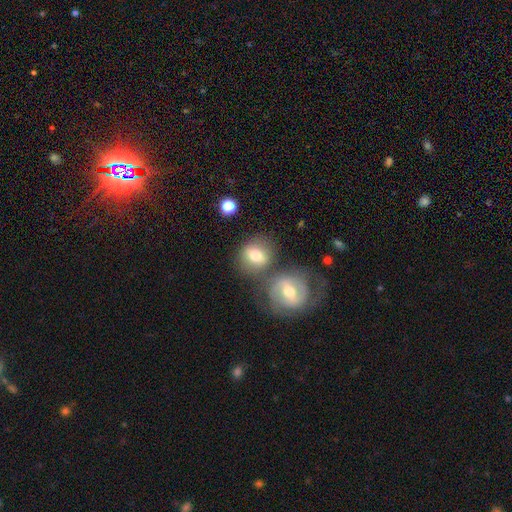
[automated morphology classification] smooth-or-featured: smooth: 65% | featured or disk: 26% | star or artifact: 8%
  how-rounded: round: 67% | in between: 32% | cigar-shaped: 2%
  merging: none: 54% | merger: 30% | minor disturbance: 12% | major disturbance: 5%